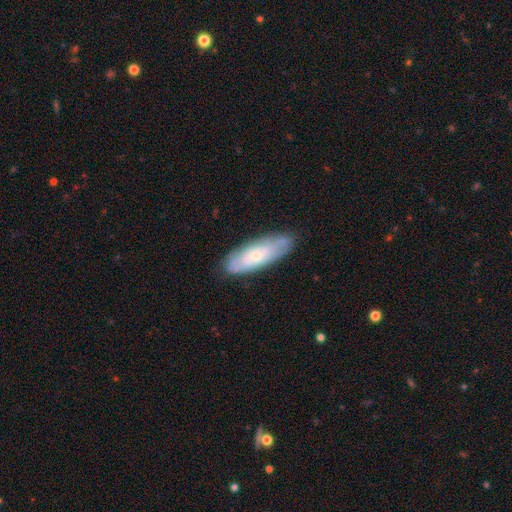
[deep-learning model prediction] featured or disk 51%, smooth 43%, star or artifact 6%. Down the decision tree: edge-on disk — no (79%); merging — none (77%).